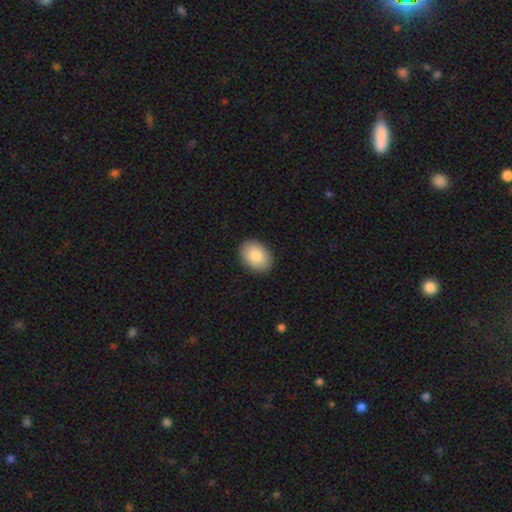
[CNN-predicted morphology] A smooth galaxy with no disk features (86%) that is in between round and cigar-shaped (75%).

Vote fractions:
- Smooth or featured? smooth: 86% / featured or disk: 7% / star or artifact: 7%
- How rounded? in between: 75% / round: 24% / cigar-shaped: 1%
- Merging? none: 90% / minor disturbance: 7% / major disturbance: 2% / merger: 1%